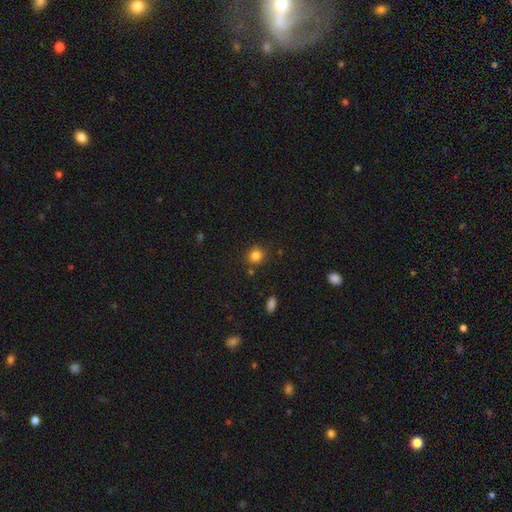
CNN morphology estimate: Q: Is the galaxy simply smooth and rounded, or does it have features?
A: smooth — 83%.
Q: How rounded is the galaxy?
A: round — 85%.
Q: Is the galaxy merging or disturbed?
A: none — 83%.